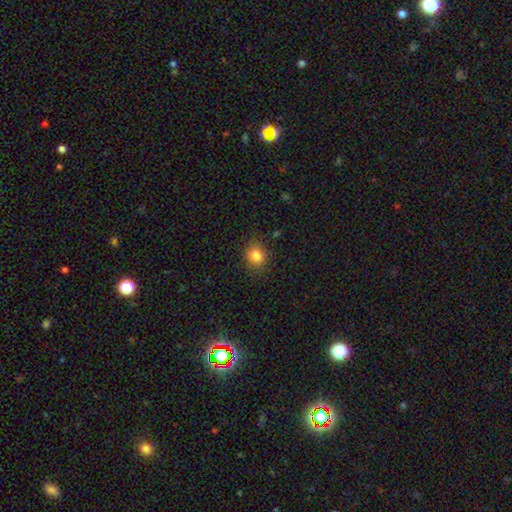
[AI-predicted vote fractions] This appears to be a smooth galaxy with no disk features (83%) that is round (64%). Merging: none (83%).